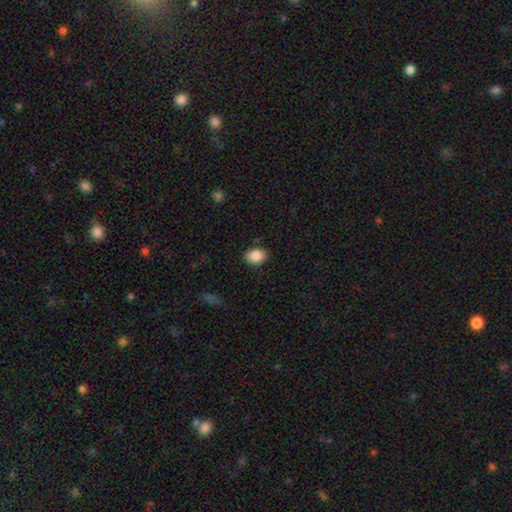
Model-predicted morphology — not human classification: A smooth galaxy with no disk features (88%) that is in between round and cigar-shaped (64%).

Vote fractions:
- Smooth or featured? smooth: 88% / star or artifact: 8% / featured or disk: 4%
- How rounded? in between: 64% / round: 35% / cigar-shaped: 1%
- Merging? none: 86% / minor disturbance: 11% / major disturbance: 3% / merger: 1%